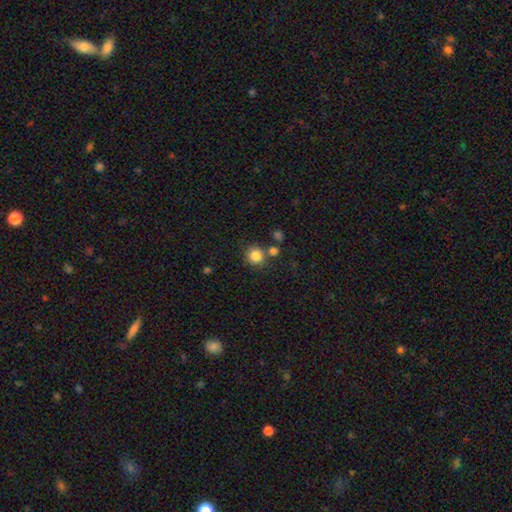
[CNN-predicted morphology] smooth 84%, star or artifact 11%, featured or disk 5%. Down the decision tree: how rounded — round (88%); merging — none (73%).